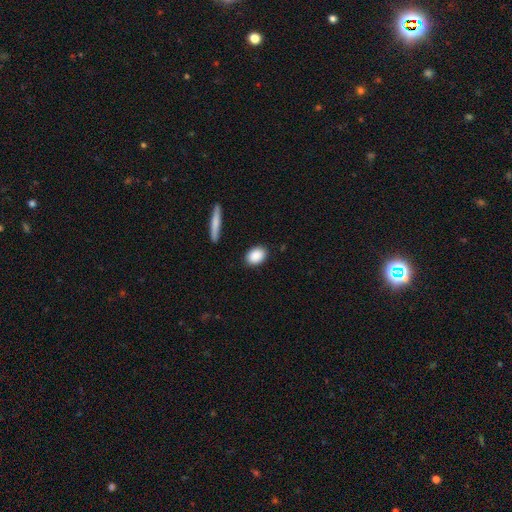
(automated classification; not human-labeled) smooth_or_featured: smooth (p=0.89) [alt: star or artifact p=0.07]
how_rounded: in between (p=0.76) [alt: round p=0.22]
merging: none (p=0.88) [alt: minor disturbance p=0.08]